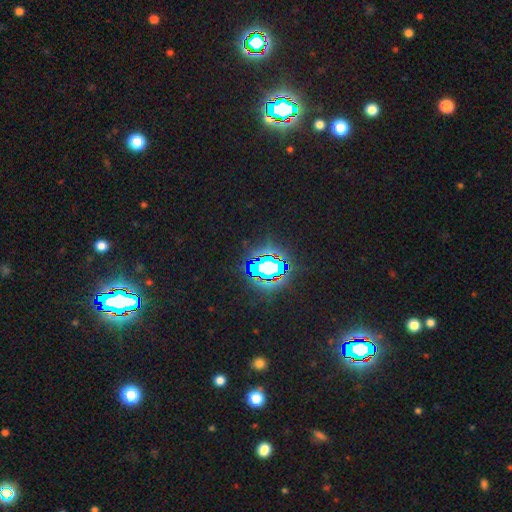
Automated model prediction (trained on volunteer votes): smooth-or-featured: star or artifact: 83% | smooth: 10% | featured or disk: 7%